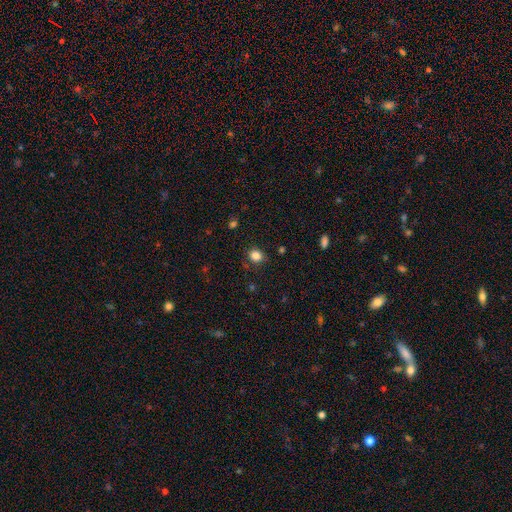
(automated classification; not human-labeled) Smooth or featured? Predicted: smooth (p=0.83). How rounded? Predicted: round (p=0.65). Merging? Predicted: none (p=0.83).